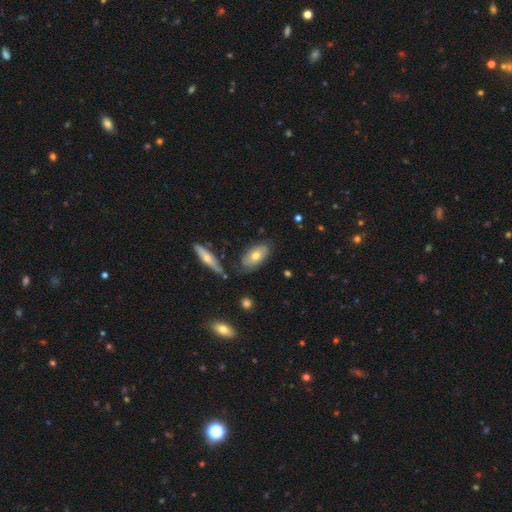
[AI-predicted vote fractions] smooth-or-featured: smooth: 59% | featured or disk: 34% | star or artifact: 7%
  how-rounded: in between: 89% | cigar-shaped: 7% | round: 4%
  merging: none: 69% | minor disturbance: 20% | merger: 6% | major disturbance: 5%